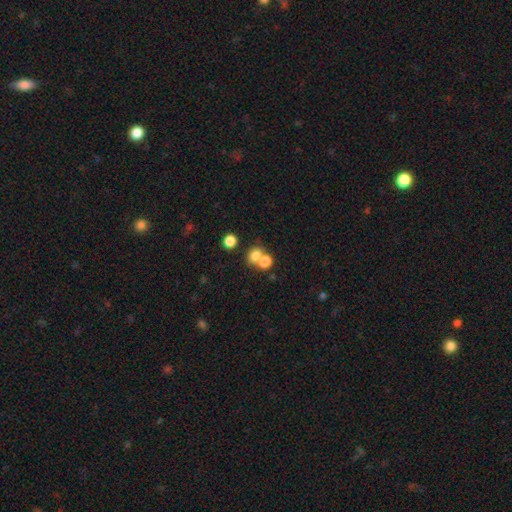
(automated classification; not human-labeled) smooth-or-featured: smooth: 76% | star or artifact: 13% | featured or disk: 11%
  how-rounded: round: 63% | in between: 36% | cigar-shaped: 1%
  merging: merger: 52% | none: 38% | minor disturbance: 7% | major disturbance: 4%